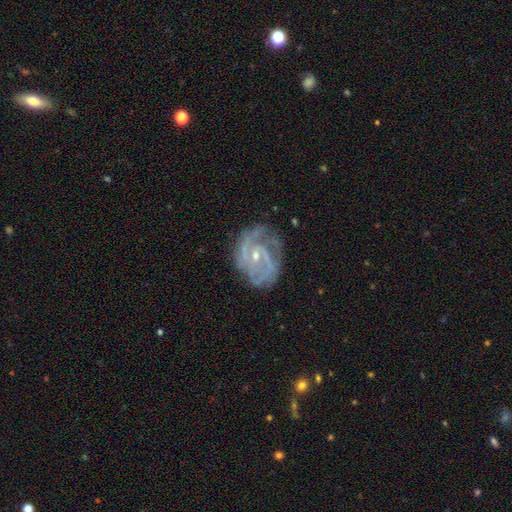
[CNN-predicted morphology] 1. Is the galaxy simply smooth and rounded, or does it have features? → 86% featured or disk, 7% smooth, 7% star or artifact.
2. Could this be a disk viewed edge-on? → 97% no, 3% yes.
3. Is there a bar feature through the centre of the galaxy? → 45% weak, 41% no, 14% strong.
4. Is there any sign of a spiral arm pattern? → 95% yes, 5% no.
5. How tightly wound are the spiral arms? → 44% medium, 43% tight, 13% loose.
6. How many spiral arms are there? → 51% 2, 19% can't tell, 16% 3, 5% 1, 5% 4, 4% more than 4.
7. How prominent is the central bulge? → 69% small, 27% moderate, 2% none, 1% large, 1% dominant.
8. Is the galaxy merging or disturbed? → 66% none, 21% minor disturbance, 11% major disturbance, 2% merger.